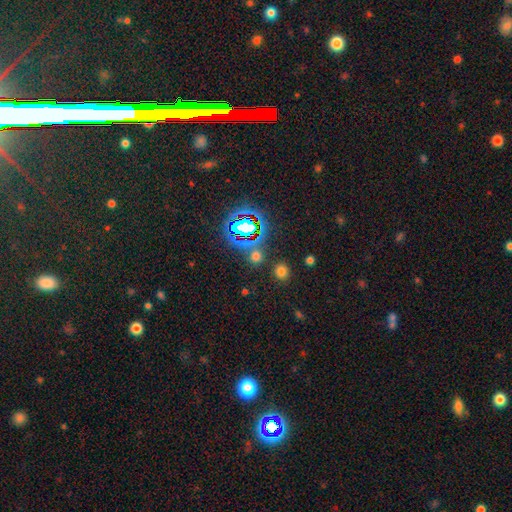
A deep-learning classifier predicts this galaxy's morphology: This appears to be a smooth galaxy with no disk features (52%) that is round (84%). Merging: none (79%).